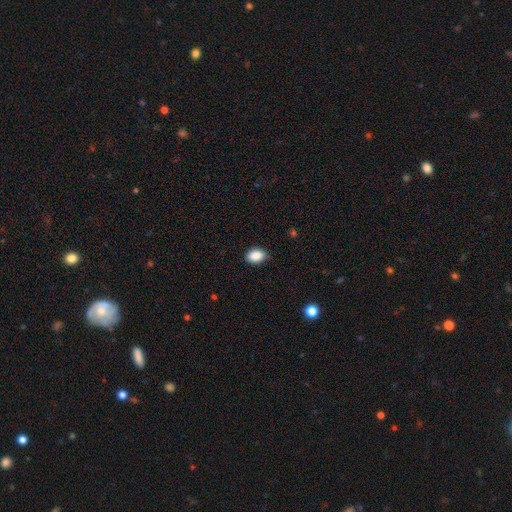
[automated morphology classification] A smooth galaxy with no disk features (89%) that is in between round and cigar-shaped (81%). Merging: none (82%).